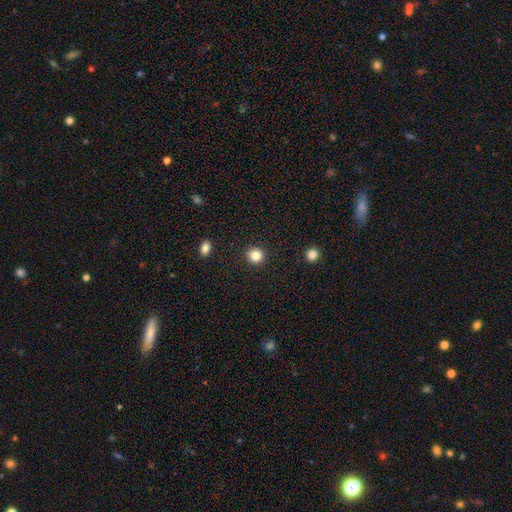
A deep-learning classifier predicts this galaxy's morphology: This appears to be a smooth galaxy with no disk features (85%) that is round (91%). Merging: none (92%).